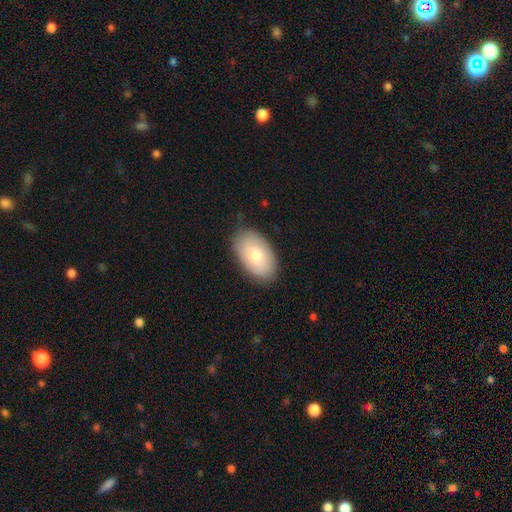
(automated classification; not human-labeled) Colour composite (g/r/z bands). It shows a smooth galaxy with no disk features (78%) that is in between round and cigar-shaped (94%). Merging: none (83%).